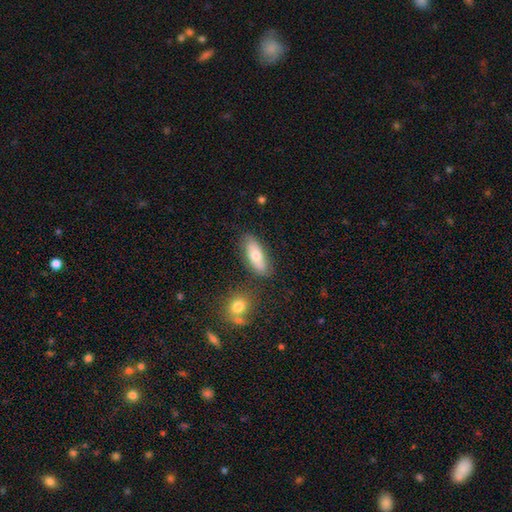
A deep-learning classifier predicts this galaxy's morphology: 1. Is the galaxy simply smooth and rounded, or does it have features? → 66% smooth, 26% featured or disk, 7% star or artifact.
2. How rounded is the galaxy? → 73% in between, 24% cigar-shaped, 3% round.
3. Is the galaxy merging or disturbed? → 78% none, 14% minor disturbance, 5% merger, 3% major disturbance.